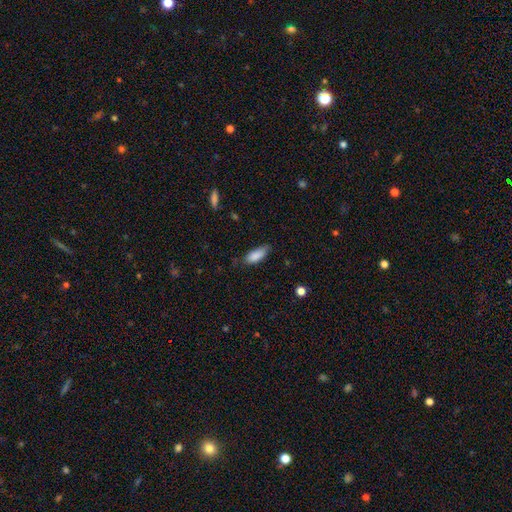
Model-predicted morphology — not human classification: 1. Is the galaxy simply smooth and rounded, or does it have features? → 87% smooth, 7% star or artifact, 6% featured or disk.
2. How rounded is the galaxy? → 78% in between, 20% cigar-shaped, 2% round.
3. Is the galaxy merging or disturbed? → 65% none, 28% minor disturbance, 5% major disturbance, 2% merger.